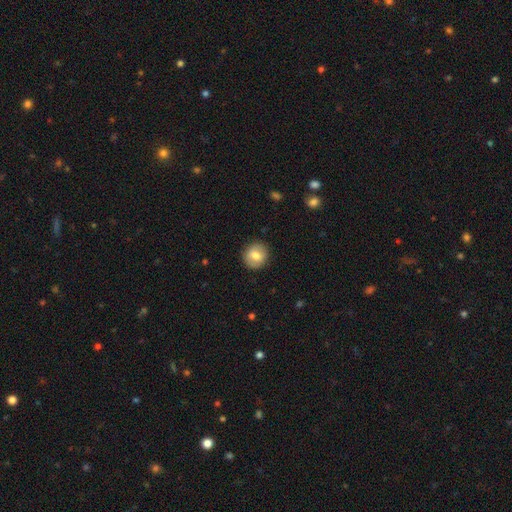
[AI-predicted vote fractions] Smooth or featured? Predicted: smooth (p=0.74). How rounded? Predicted: round (p=0.83). Merging? Predicted: none (p=0.88).